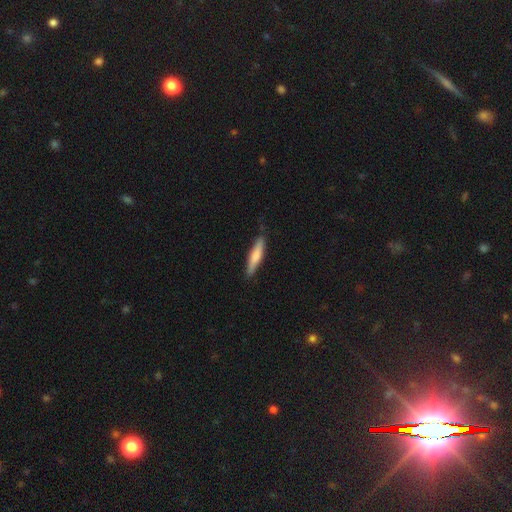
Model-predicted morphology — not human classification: Smooth or featured?
  - smooth: 69% *
  - featured or disk: 26%
  - star or artifact: 5%
How rounded?
  - cigar-shaped: 85% *
  - in between: 14%
  - round: 1%
Merging?
  - none: 82% *
  - minor disturbance: 15%
  - major disturbance: 2%
  - merger: 1%